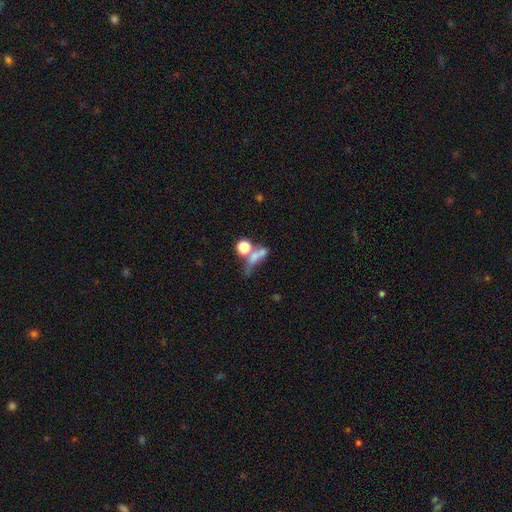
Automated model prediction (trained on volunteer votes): Q: Smooth or featured?
A: smooth (58%); runner-up: featured or disk (24%)
Q: How rounded?
A: in between (41%); runner-up: round (31%)
Q: Merging?
A: merger (41%); runner-up: none (28%)